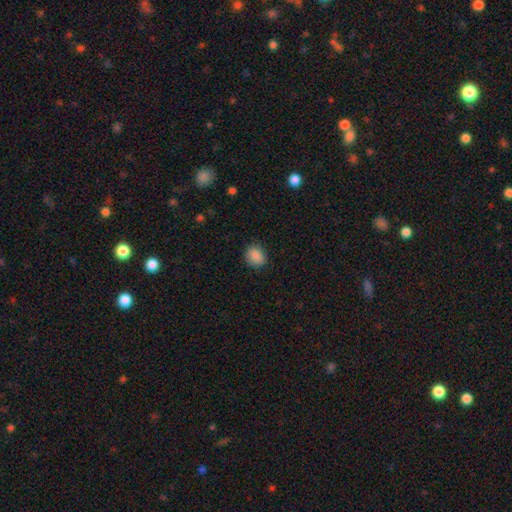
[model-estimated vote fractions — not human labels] This appears to be a smooth galaxy with no disk features (88%) that is round (52%). Merging: none (84%).